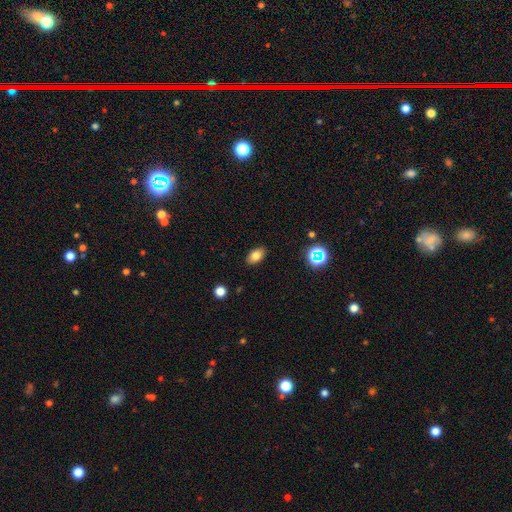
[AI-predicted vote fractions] Morphology: type=smooth (80%); roundness=in between (89%); merging=none (88%).